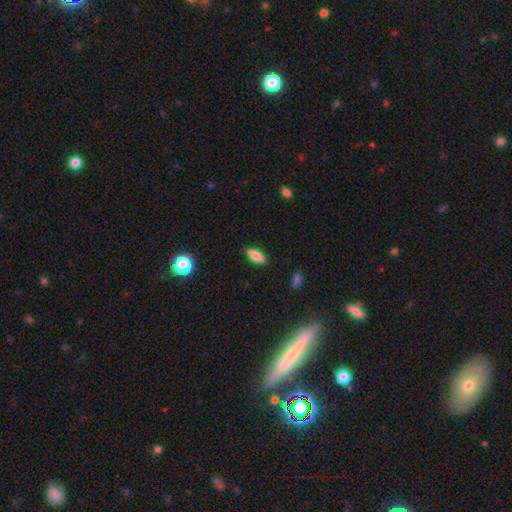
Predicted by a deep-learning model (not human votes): A smooth galaxy with no disk features (76%) that is in between round and cigar-shaped (74%).

Vote fractions:
- Smooth or featured? smooth: 76% / featured or disk: 16% / star or artifact: 8%
- How rounded? in between: 74% / cigar-shaped: 23% / round: 3%
- Merging? none: 86% / minor disturbance: 10% / major disturbance: 2% / merger: 1%